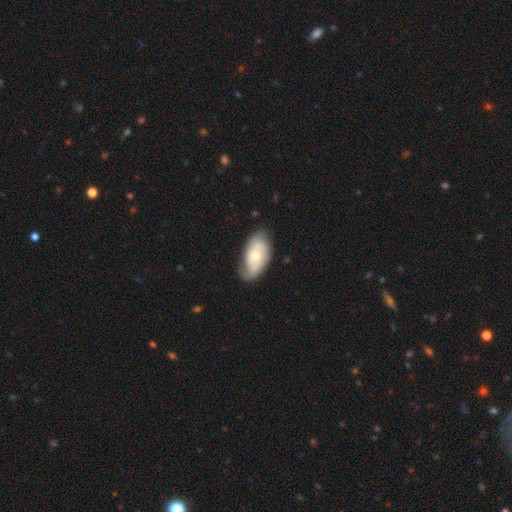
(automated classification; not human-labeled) Smooth or featured? Predicted: featured or disk (p=0.52). Edge-on disk? Predicted: no (p=0.92). Merging? Predicted: none (p=0.66).